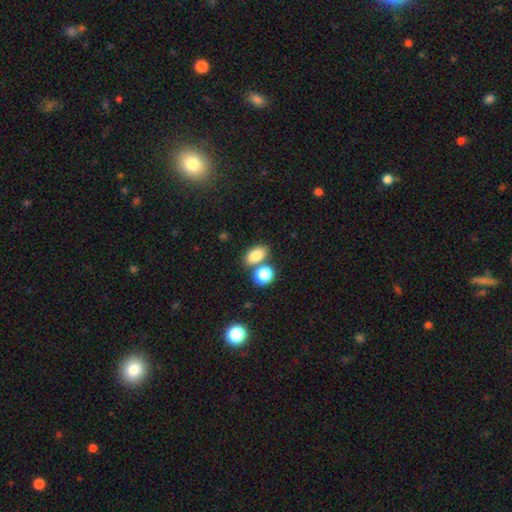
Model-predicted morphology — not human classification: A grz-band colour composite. It shows a smooth galaxy with no disk features (81%) that is in between round and cigar-shaped (81%). Merging: none (59%).